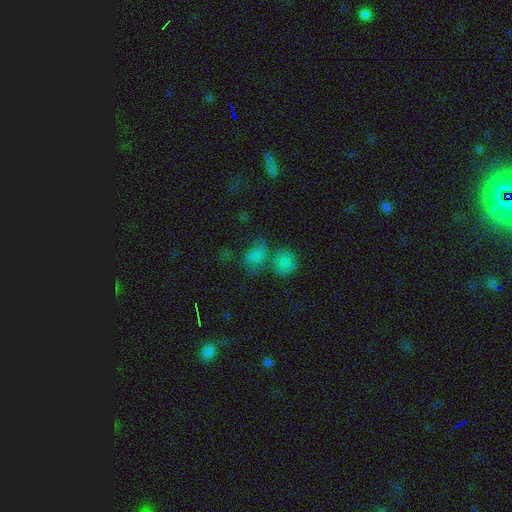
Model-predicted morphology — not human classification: Overall: smooth (71%). How rounded: in between (63%; round 35%). Merging: merger (42%; none 33%).